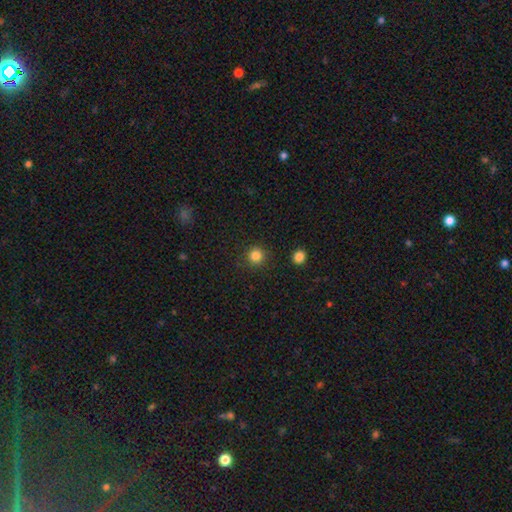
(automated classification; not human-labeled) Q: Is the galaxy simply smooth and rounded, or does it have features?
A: smooth — 83%.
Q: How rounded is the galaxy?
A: round — 94%.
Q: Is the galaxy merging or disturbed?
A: none — 90%.